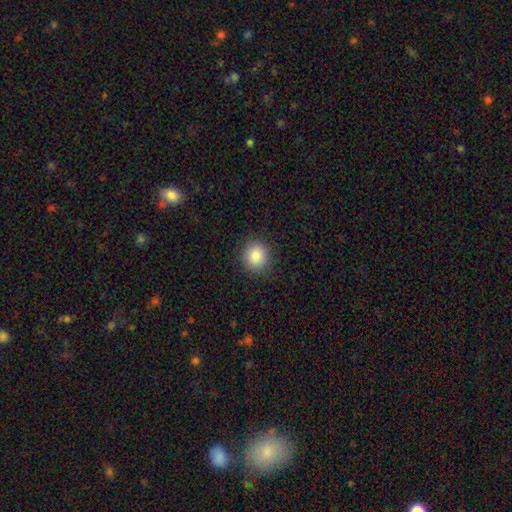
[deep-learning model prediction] This is clearly a smooth galaxy (87%). How rounded: clearly round (87%). Merging: clearly none (89%).